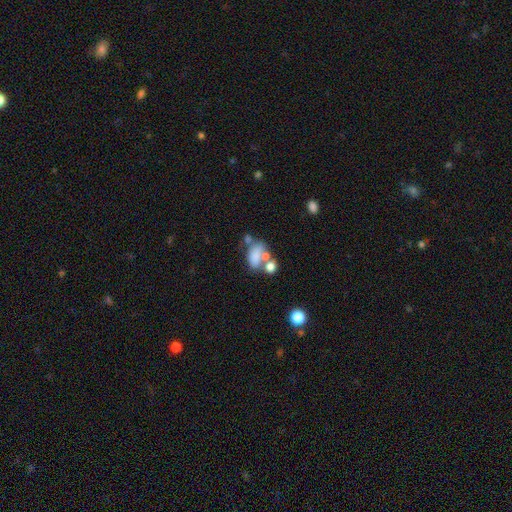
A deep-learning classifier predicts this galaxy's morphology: Overall: smooth (67%). How rounded: in between (85%). Merging: merger (45%; none 28%).